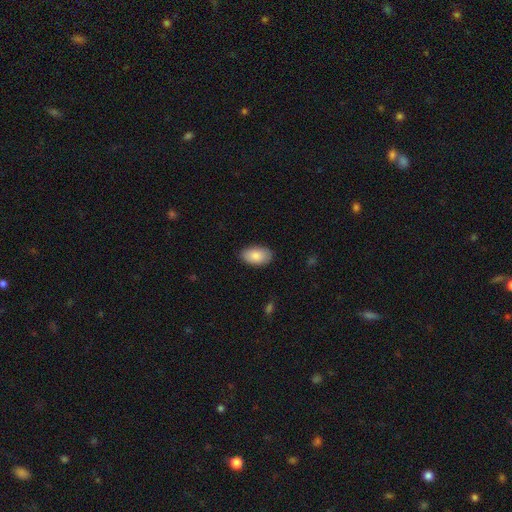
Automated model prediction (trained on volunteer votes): Morphology: type=smooth (87%); roundness=in between (94%); merging=none (87%).